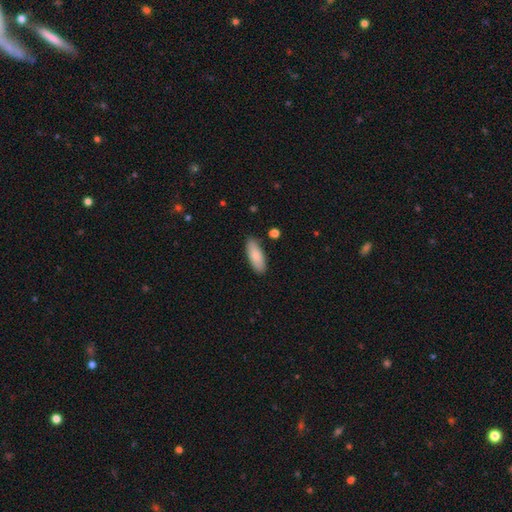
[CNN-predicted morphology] Q: Smooth or featured?
A: smooth (84%); runner-up: featured or disk (11%)
Q: How rounded?
A: in between (74%); runner-up: cigar-shaped (24%)
Q: Merging?
A: none (86%); runner-up: minor disturbance (10%)